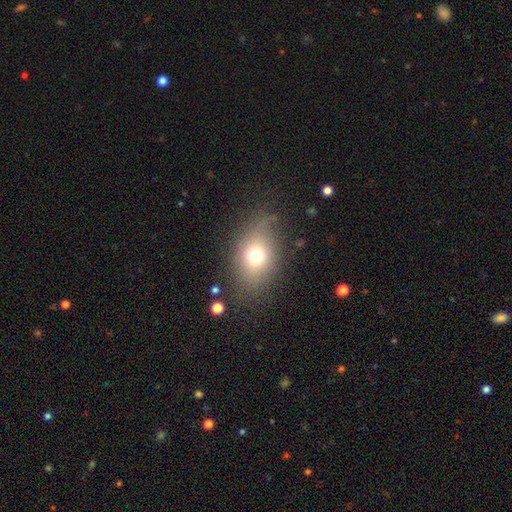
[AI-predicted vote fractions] The model was most divided on "how rounded": in between: 70%, round: 28%, cigar-shaped: 3%. More confident: merging — none (72%); smooth or featured — smooth (68%).